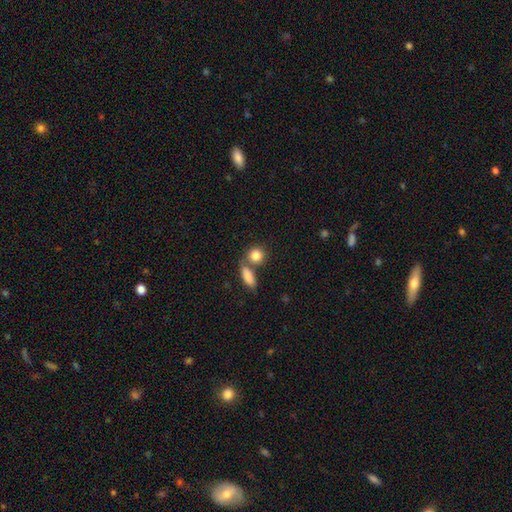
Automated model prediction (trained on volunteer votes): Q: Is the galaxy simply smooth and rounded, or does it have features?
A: smooth — 85%.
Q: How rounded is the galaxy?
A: round — 66%.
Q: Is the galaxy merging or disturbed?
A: none — 53%.